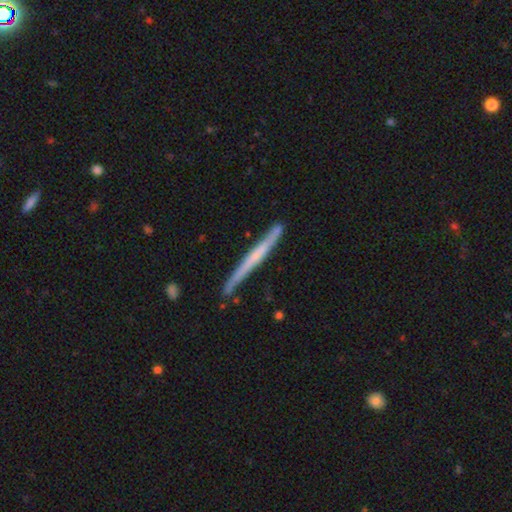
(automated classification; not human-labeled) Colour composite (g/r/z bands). It shows a featured or disk galaxy (57%) viewed edge-on (97%) with no central bulge (76%). Merging: none (83%).